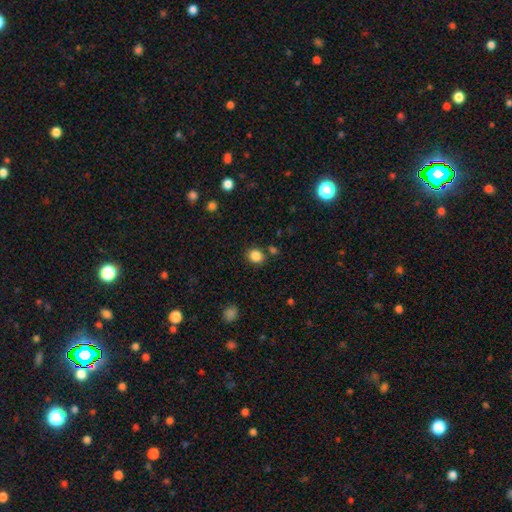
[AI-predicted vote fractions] Smooth or featured? smooth (86%)
How rounded? round (72%)
Merging? none (81%)